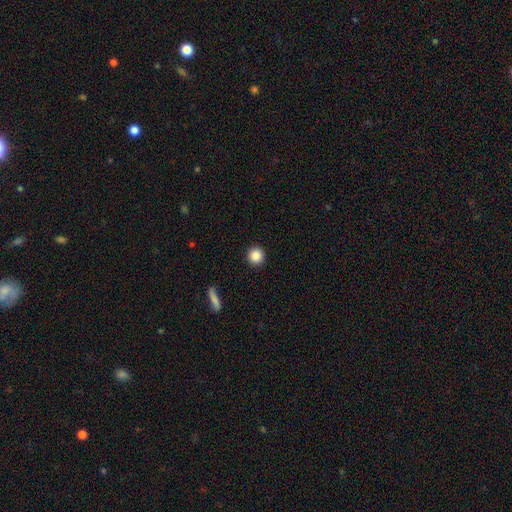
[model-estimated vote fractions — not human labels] Smooth or featured?
  - smooth: 87% *
  - star or artifact: 9%
  - featured or disk: 4%
How rounded?
  - round: 93% *
  - in between: 6%
  - cigar-shaped: 1%
Merging?
  - none: 92% *
  - minor disturbance: 5%
  - major disturbance: 2%
  - merger: 1%